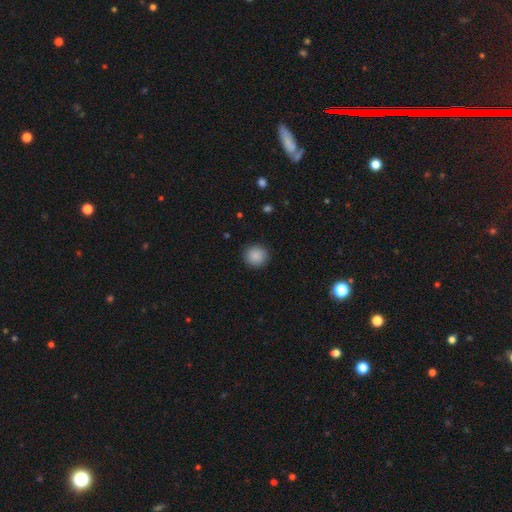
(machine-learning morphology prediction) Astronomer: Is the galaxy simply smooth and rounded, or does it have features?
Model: smooth — 88%.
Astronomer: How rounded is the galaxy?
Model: round — 92%.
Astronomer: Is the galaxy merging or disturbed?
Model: none — 90%.